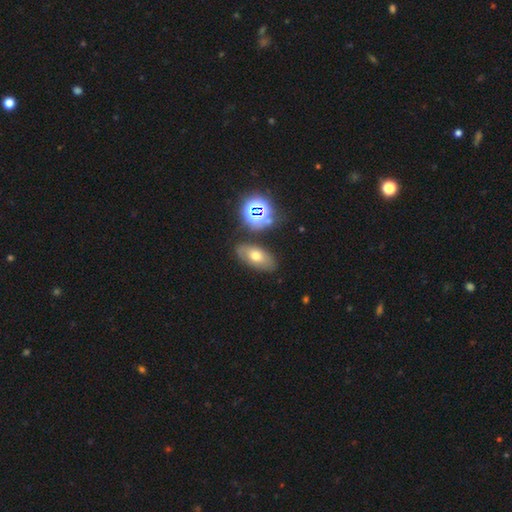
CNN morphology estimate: type=smooth (56%); roundness=in between (86%); merging=none (76%).